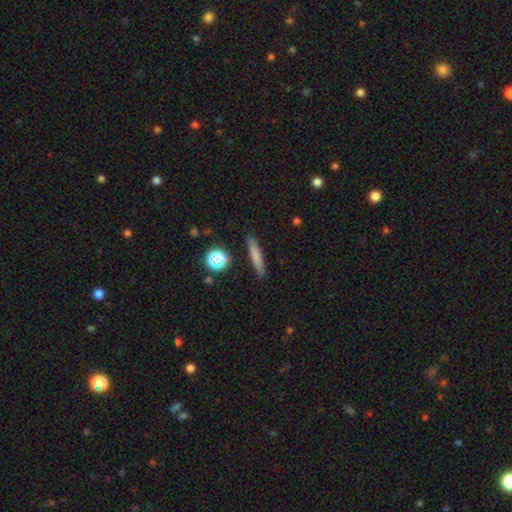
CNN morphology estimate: Smooth or featured: smooth — 72% (featured or disk — 18%)
How rounded: cigar-shaped — 89% (in between — 8%)
Merging: none — 89% (minor disturbance — 8%)